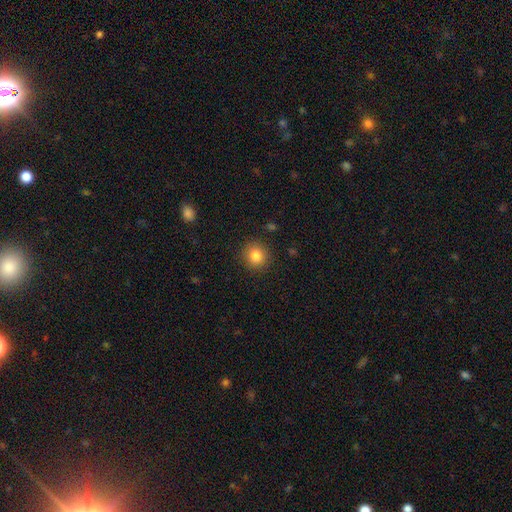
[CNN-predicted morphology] smooth 83%, star or artifact 10%, featured or disk 6%. Down the decision tree: how rounded — round (91%); merging — none (90%).